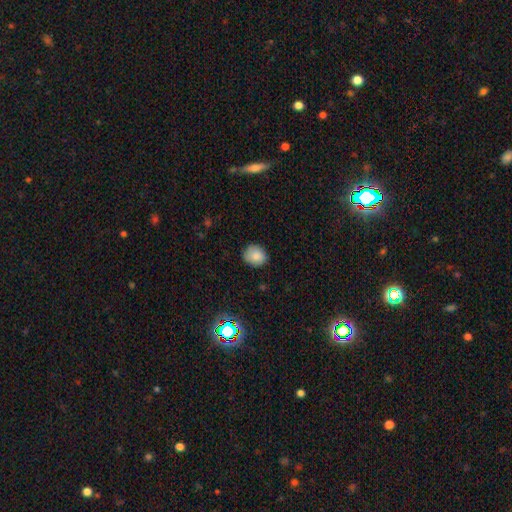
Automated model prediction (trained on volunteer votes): This is clearly a smooth galaxy (83%). How rounded: likely round (72%). Merging: clearly none (82%).